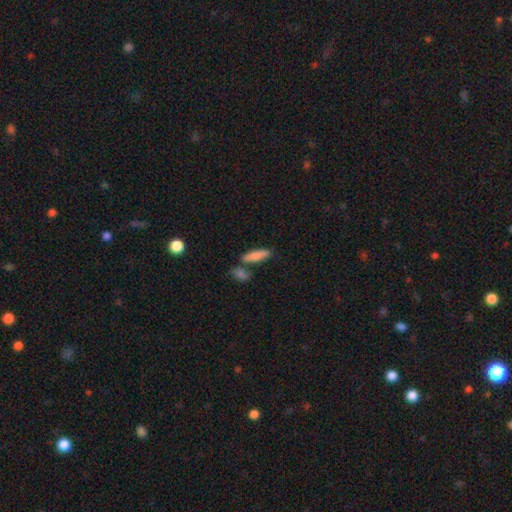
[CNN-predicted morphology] smooth 81%, featured or disk 12%, star or artifact 7%. Down the decision tree: how rounded — cigar-shaped (59%); merging — none (64%).